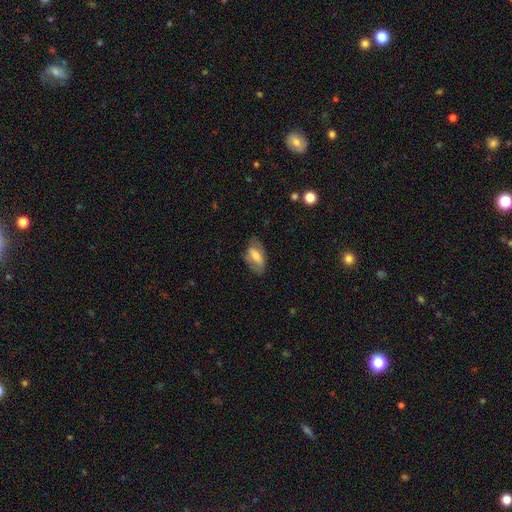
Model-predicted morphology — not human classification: smooth_or_featured: smooth (p=0.55) [alt: featured or disk p=0.38]
how_rounded: in between (p=0.87) [alt: cigar-shaped p=0.08]
merging: none (p=0.68) [alt: minor disturbance p=0.22]